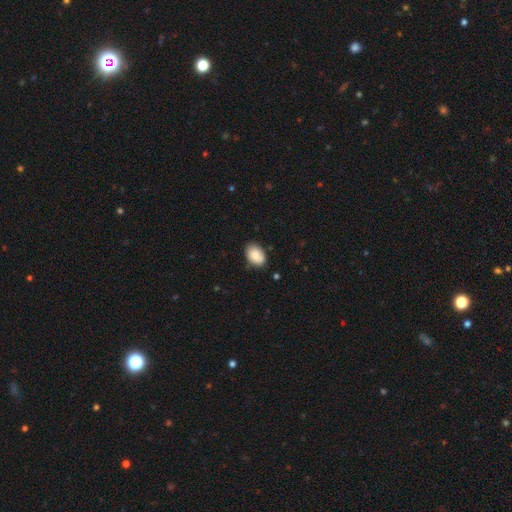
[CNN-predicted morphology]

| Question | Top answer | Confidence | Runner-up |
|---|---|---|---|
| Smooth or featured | smooth | 84% | featured or disk (9%) |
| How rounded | in between | 86% | round (12%) |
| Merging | none | 77% | minor disturbance (18%) |